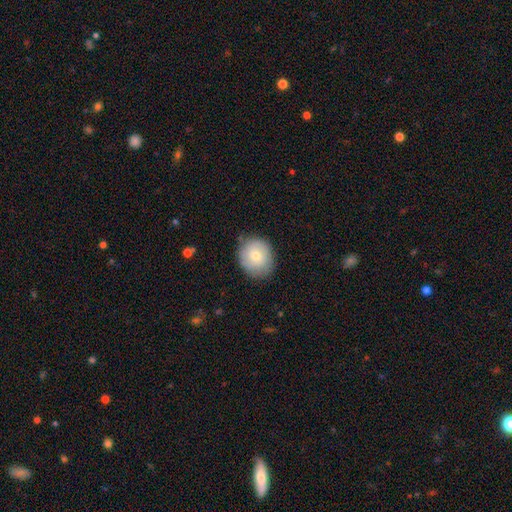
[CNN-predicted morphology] Smooth or featured? smooth (65%)
How rounded? round (79%)
Merging? none (79%)